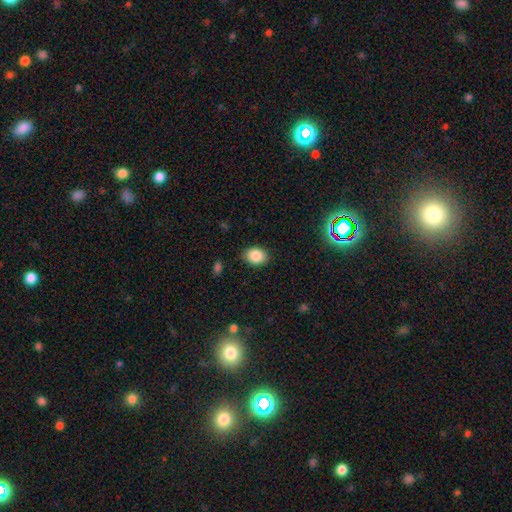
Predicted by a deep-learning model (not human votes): Smooth or featured? smooth (85%)
How rounded? in between (67%)
Merging? none (86%)